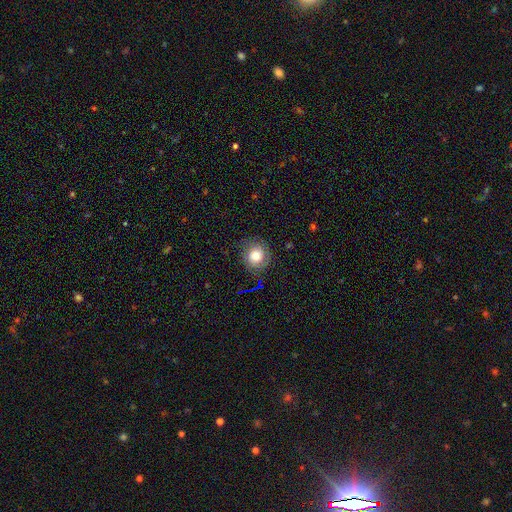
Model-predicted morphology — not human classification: This appears to be a smooth galaxy with no disk features (67%) that is round (86%). Merging: none (74%).